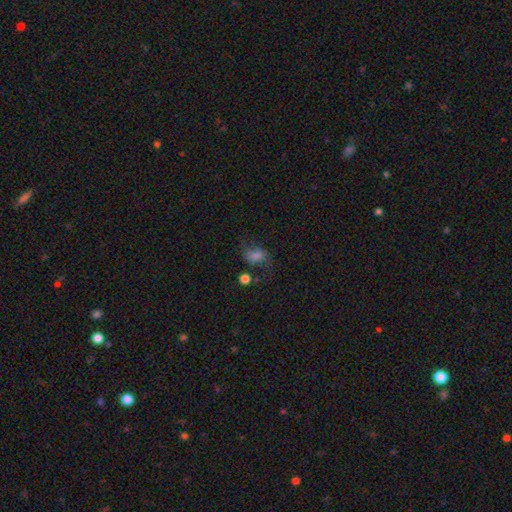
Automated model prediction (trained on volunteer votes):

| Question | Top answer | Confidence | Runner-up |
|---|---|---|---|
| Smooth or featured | smooth | 45% | featured or disk (38%) |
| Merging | none | 53% | minor disturbance (21%) |